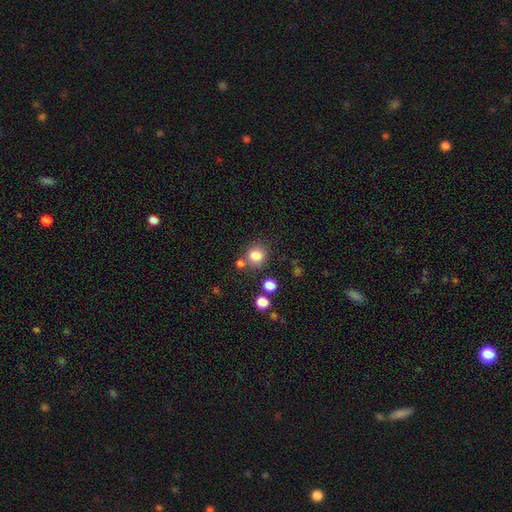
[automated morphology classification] smooth_or_featured: smooth (p=0.83) [alt: star or artifact p=0.12]
how_rounded: round (p=0.88) [alt: in between p=0.11]
merging: none (p=0.75) [alt: merger p=0.12]